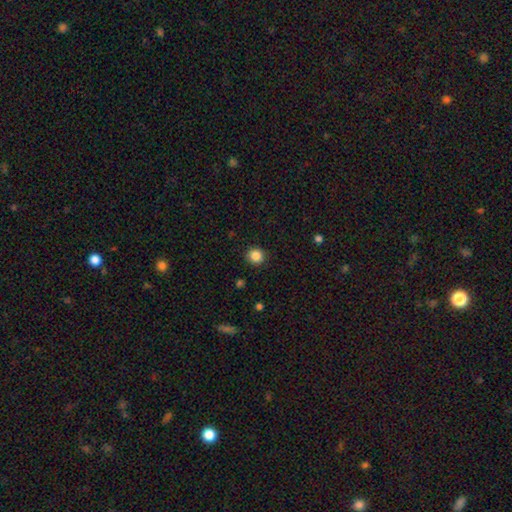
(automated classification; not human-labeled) smooth 86%, star or artifact 11%, featured or disk 3%. Down the decision tree: how rounded — round (90%); merging — none (90%).